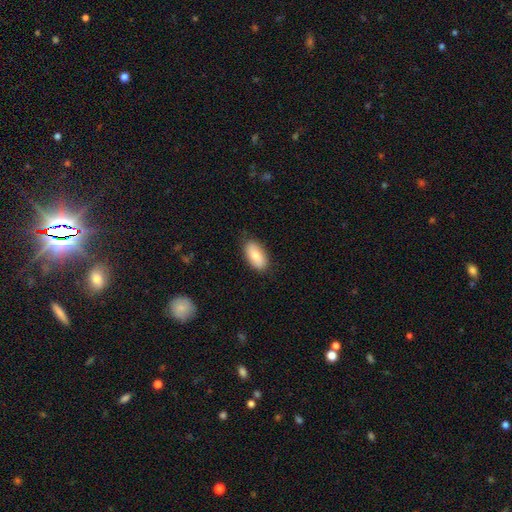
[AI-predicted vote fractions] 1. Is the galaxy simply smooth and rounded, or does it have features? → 80% smooth, 14% featured or disk, 6% star or artifact.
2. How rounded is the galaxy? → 92% in between, 5% cigar-shaped, 3% round.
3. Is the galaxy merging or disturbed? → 85% none, 12% minor disturbance, 2% major disturbance, 1% merger.